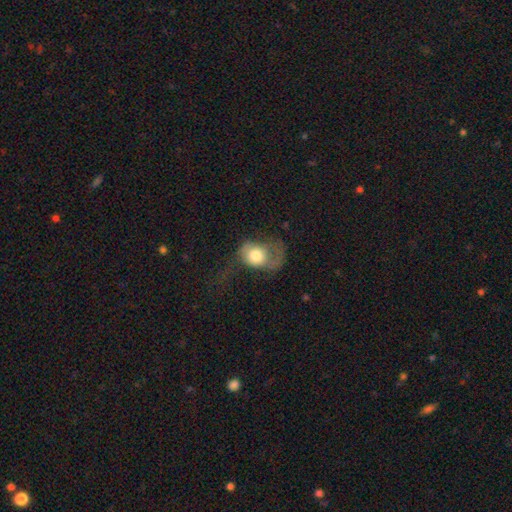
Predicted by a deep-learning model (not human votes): Morphology: type=smooth (63%); roundness=in between (52%); merging=major disturbance (58%).